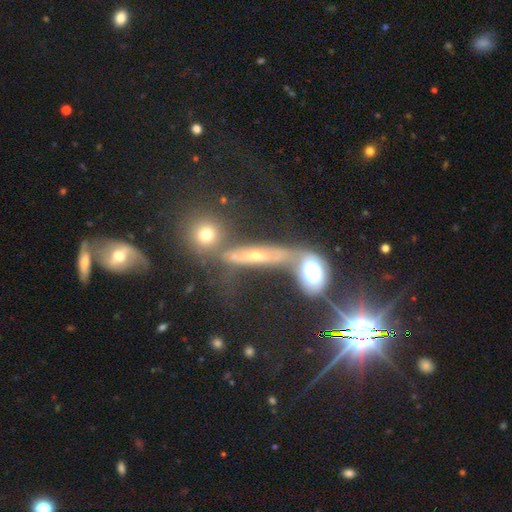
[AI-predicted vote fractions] smooth_or_featured: featured or disk (p=0.47) [alt: smooth p=0.36]
merging: merger (p=0.40) [alt: none p=0.36]